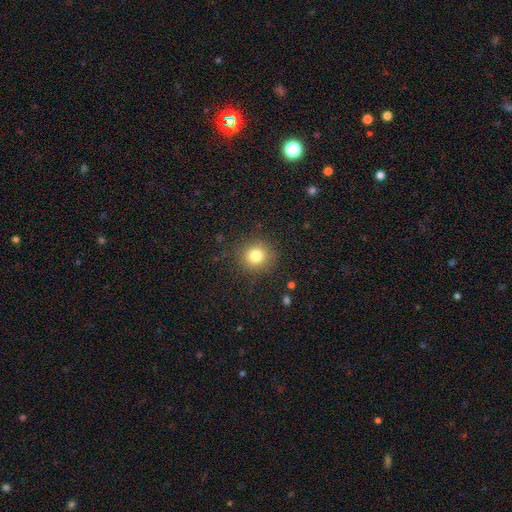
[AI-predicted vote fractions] Smooth or featured: smooth — 79% (star or artifact — 12%)
How rounded: round — 91% (in between — 8%)
Merging: none — 88% (minor disturbance — 7%)